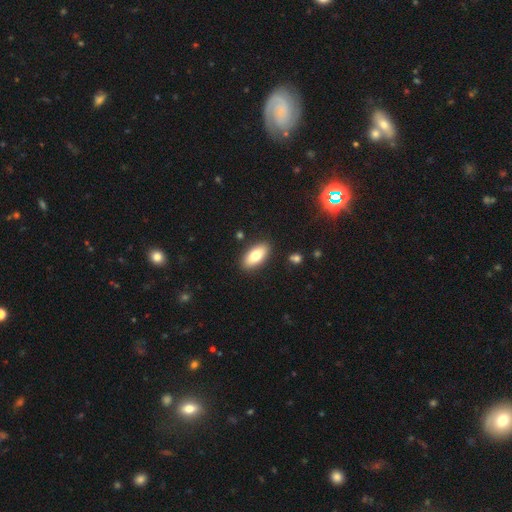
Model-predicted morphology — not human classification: Smooth or featured? Predicted: smooth (p=0.77). How rounded? Predicted: in between (p=0.88). Merging? Predicted: none (p=0.88).